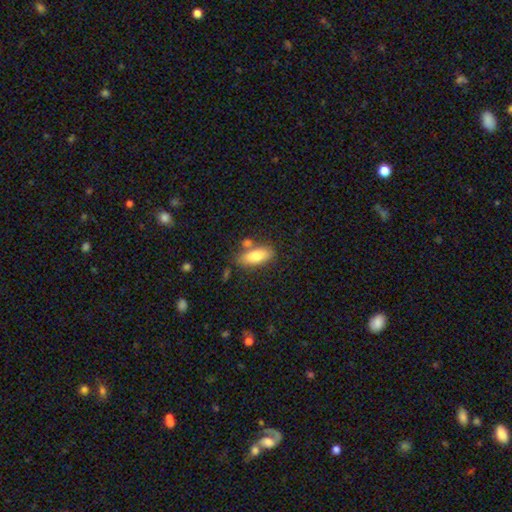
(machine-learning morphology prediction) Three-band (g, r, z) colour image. It shows a smooth galaxy with no disk features (80%) that is in between round and cigar-shaped (82%). Merging: none (70%).